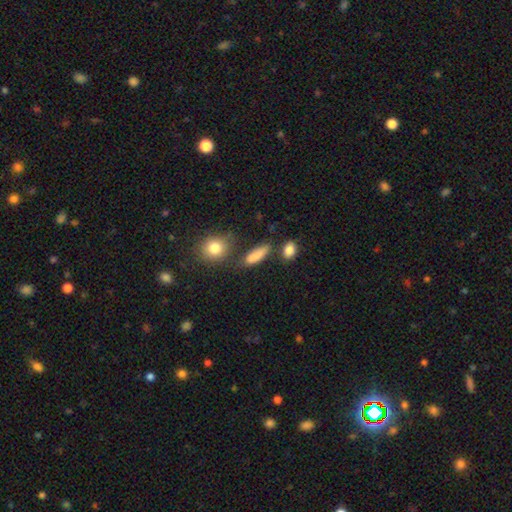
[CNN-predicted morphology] smooth 84%, star or artifact 8%, featured or disk 8%. Down the decision tree: how rounded — cigar-shaped (52%); merging — none (73%).